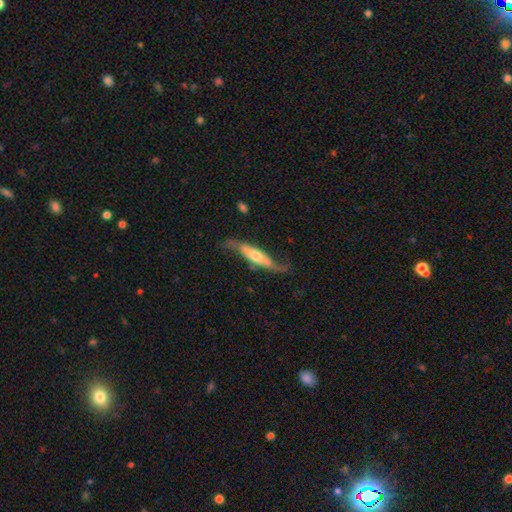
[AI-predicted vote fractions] The model was most divided on "edge-on disk" (2-way tie): no: 50%, yes: 50%. More confident: smooth or featured — featured or disk (69%); merging — none (58%).